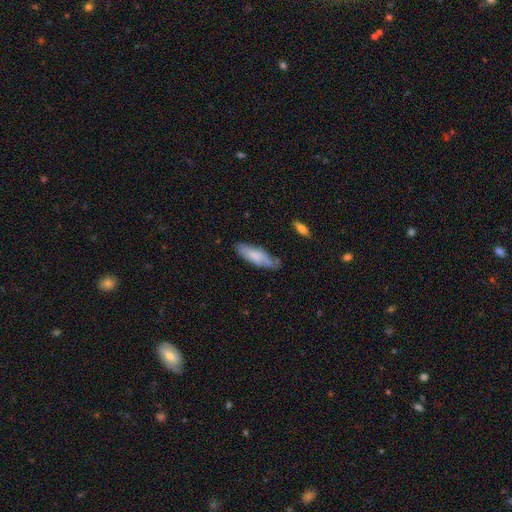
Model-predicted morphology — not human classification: Smooth or featured? smooth (72%)
How rounded? in between (52%)
Merging? none (70%)